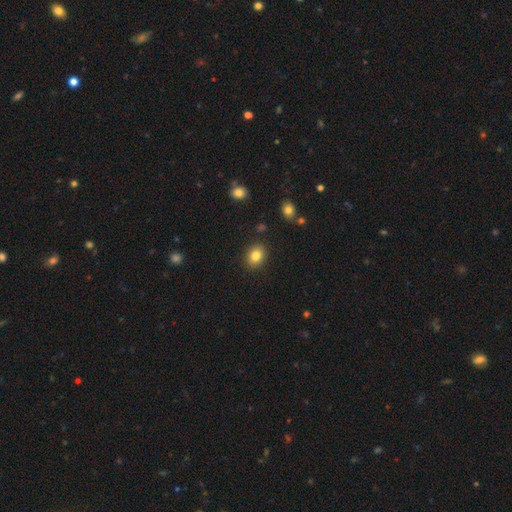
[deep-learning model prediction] The model was most divided on "how rounded": in between: 55%, round: 44%, cigar-shaped: 1%. More confident: merging — none (88%); smooth or featured — smooth (83%).